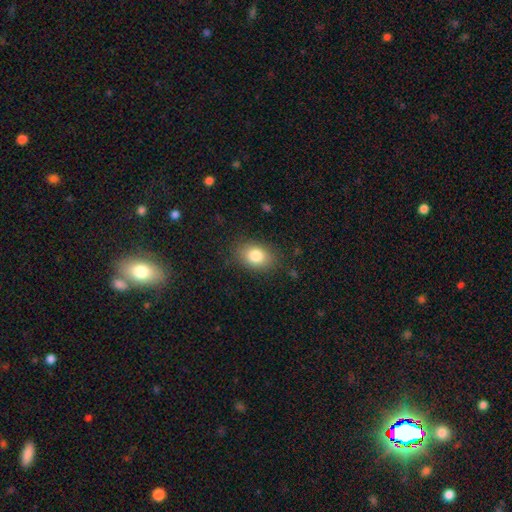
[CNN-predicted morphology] smooth_or_featured: smooth (p=0.82) [alt: star or artifact p=0.09]
how_rounded: in between (p=0.74) [alt: round p=0.25]
merging: none (p=0.83) [alt: minor disturbance p=0.12]